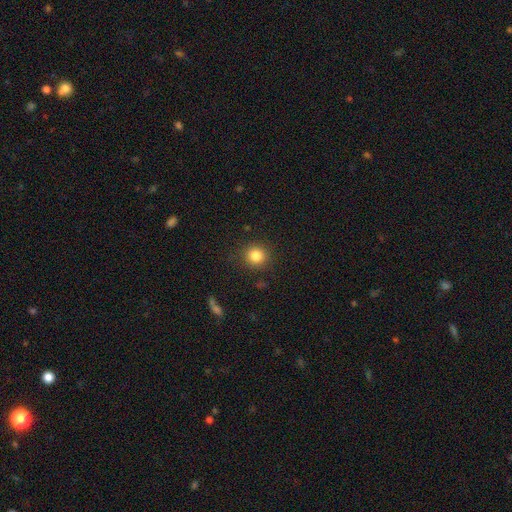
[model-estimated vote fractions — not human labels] The model was most divided on "smooth or featured": smooth: 84%, star or artifact: 11%, featured or disk: 5%. More confident: how rounded — round (91%); merging — none (89%).